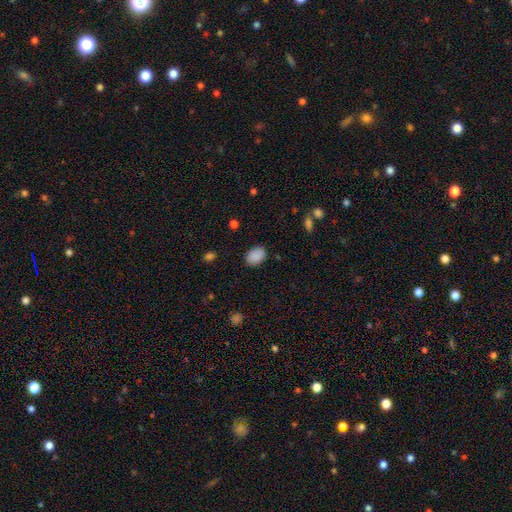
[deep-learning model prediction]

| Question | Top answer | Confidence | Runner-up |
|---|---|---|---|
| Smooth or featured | smooth | 88% | star or artifact (8%) |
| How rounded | in between | 75% | round (24%) |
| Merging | none | 84% | minor disturbance (12%) |